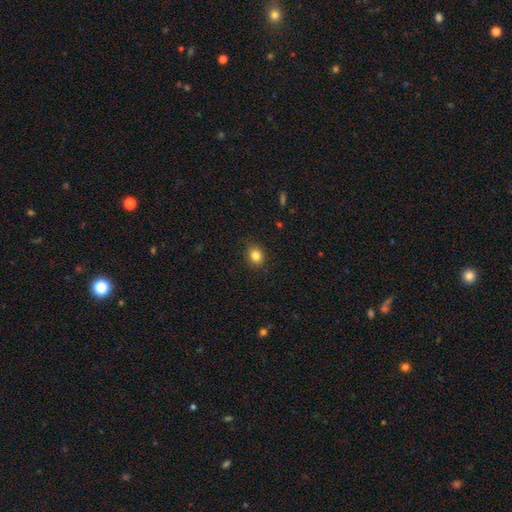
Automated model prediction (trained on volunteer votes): Morphology: type=smooth (84%); roundness=round (60%); merging=none (87%).